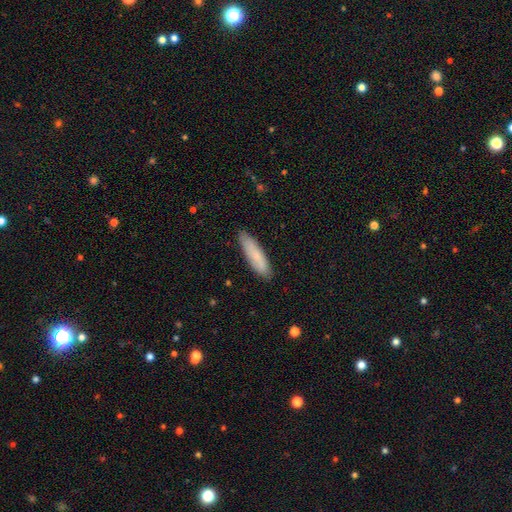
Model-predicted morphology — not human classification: smooth 78%, featured or disk 16%, star or artifact 6%. Down the decision tree: how rounded — cigar-shaped (68%); merging — none (84%).